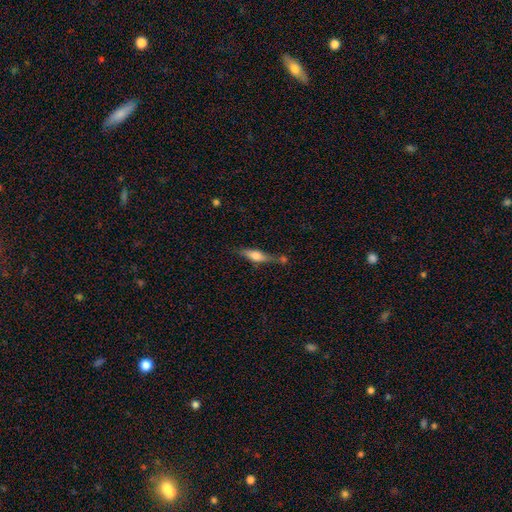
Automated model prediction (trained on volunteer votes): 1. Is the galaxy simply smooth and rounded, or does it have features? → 50% smooth, 43% featured or disk, 7% star or artifact.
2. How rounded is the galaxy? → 61% cigar-shaped, 36% in between, 3% round.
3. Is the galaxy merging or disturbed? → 58% none, 20% minor disturbance, 15% merger, 6% major disturbance.